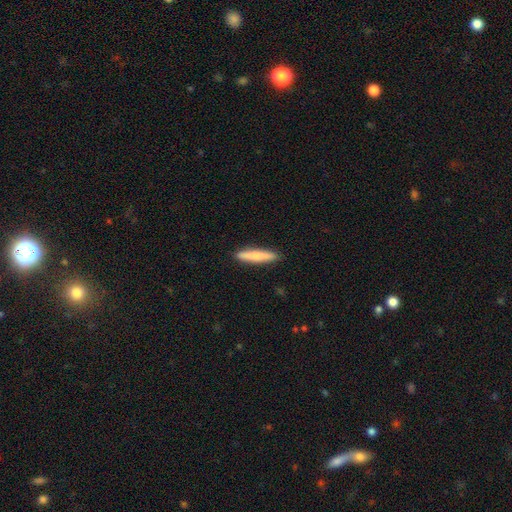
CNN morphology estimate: smooth-or-featured: smooth: 75% | featured or disk: 20% | star or artifact: 5%
  how-rounded: cigar-shaped: 91% | in between: 8% | round: 1%
  merging: none: 91% | minor disturbance: 6% | major disturbance: 1% | merger: 1%